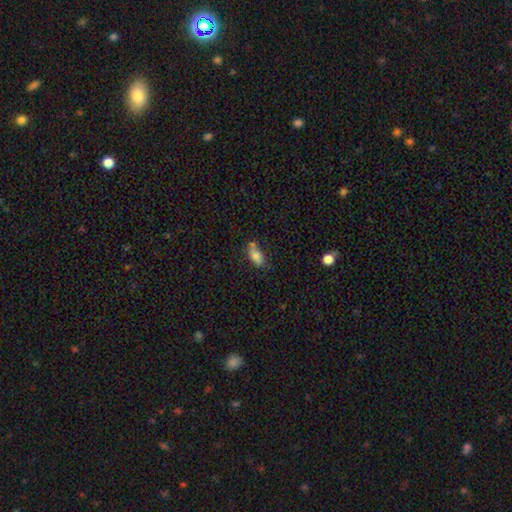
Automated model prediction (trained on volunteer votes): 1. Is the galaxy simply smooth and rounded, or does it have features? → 77% smooth, 14% featured or disk, 9% star or artifact.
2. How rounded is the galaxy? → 86% in between, 10% cigar-shaped, 4% round.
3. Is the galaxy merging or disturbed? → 53% none, 27% minor disturbance, 13% merger, 7% major disturbance.